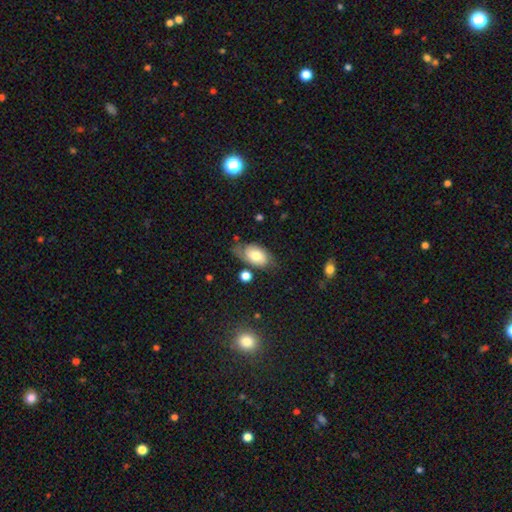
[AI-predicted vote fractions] Smooth or featured? Predicted: smooth (p=0.47). Merging? Predicted: none (p=0.53).